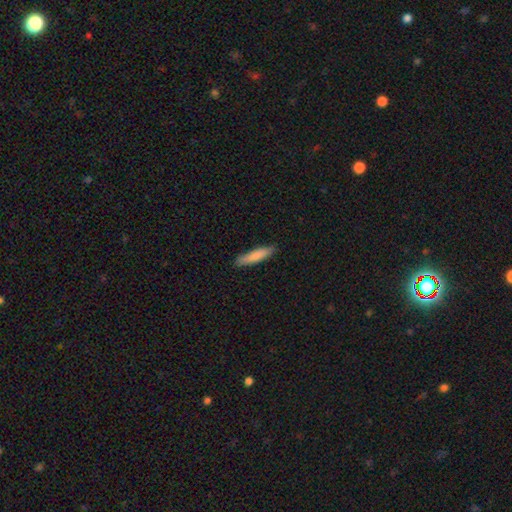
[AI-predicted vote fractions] Q: Smooth or featured?
A: smooth (82%); runner-up: featured or disk (12%)
Q: How rounded?
A: cigar-shaped (83%); runner-up: in between (16%)
Q: Merging?
A: none (87%); runner-up: minor disturbance (10%)